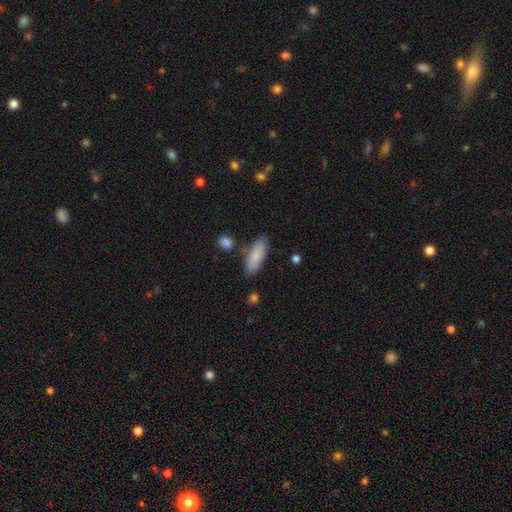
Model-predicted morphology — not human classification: Smooth or featured?
  - smooth: 84% *
  - featured or disk: 10%
  - star or artifact: 6%
How rounded?
  - in between: 71% *
  - cigar-shaped: 27%
  - round: 2%
Merging?
  - none: 78% *
  - minor disturbance: 13%
  - merger: 5%
  - major disturbance: 3%